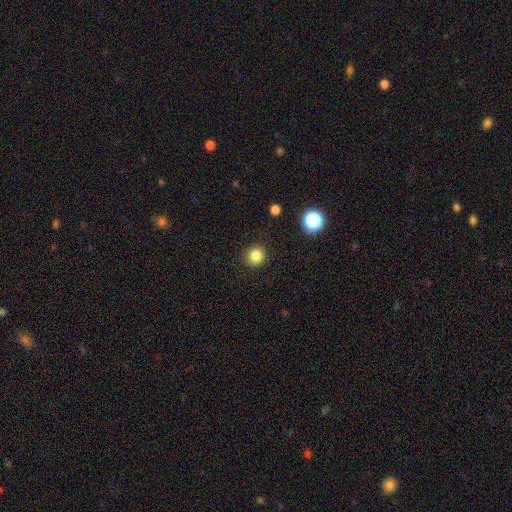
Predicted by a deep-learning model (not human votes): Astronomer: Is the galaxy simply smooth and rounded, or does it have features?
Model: smooth — 84%.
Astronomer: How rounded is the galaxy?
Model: round — 91%.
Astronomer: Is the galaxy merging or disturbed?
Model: none — 91%.